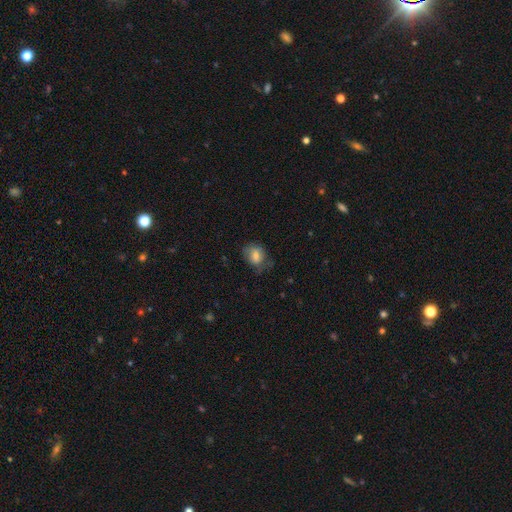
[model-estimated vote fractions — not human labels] smooth 72%, featured or disk 19%, star or artifact 10%. Down the decision tree: how rounded — in between (55%); merging — none (52%).